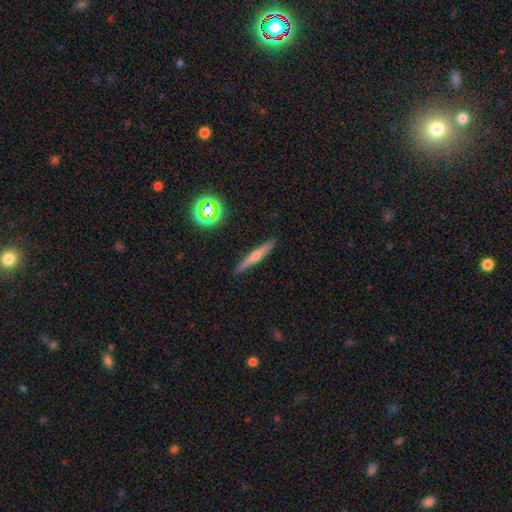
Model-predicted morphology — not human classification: A featured or disk galaxy (59%) viewed edge-on (96%) with a rounded central bulge (76%). Merging: none (91%).